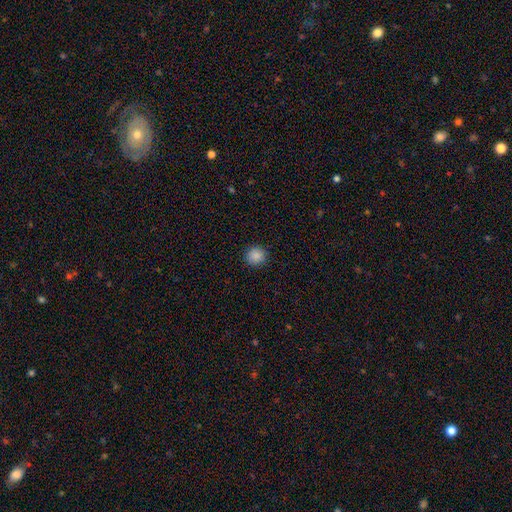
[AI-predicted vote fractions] Smooth or featured: smooth — 87% (star or artifact — 9%)
How rounded: round — 93% (in between — 7%)
Merging: none — 92% (minor disturbance — 6%)